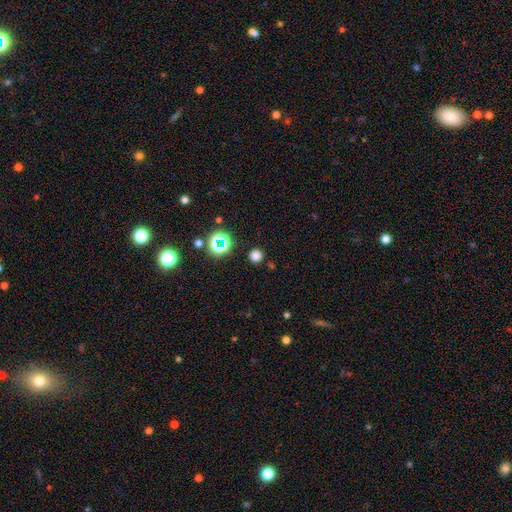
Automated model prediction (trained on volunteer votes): Smooth or featured? smooth (72%)
How rounded? round (95%)
Merging? none (88%)